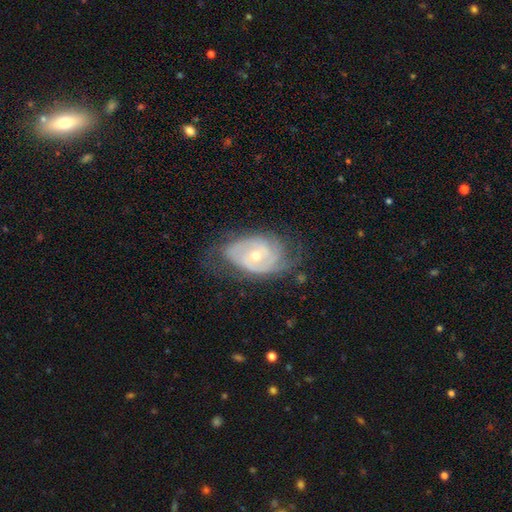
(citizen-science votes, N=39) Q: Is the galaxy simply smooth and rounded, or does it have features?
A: featured or disk — 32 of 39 (82%).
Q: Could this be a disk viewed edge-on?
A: no — 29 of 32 (91%).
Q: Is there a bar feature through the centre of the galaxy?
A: no — 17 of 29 (59%).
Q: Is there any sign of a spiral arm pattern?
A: yes — 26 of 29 (90%).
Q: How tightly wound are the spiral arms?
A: tight — 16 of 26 (62%).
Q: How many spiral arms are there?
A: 2 — 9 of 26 (35%, tied with can't tell).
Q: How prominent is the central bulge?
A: small — 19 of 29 (66%).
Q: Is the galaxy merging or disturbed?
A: none — 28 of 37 (76%).